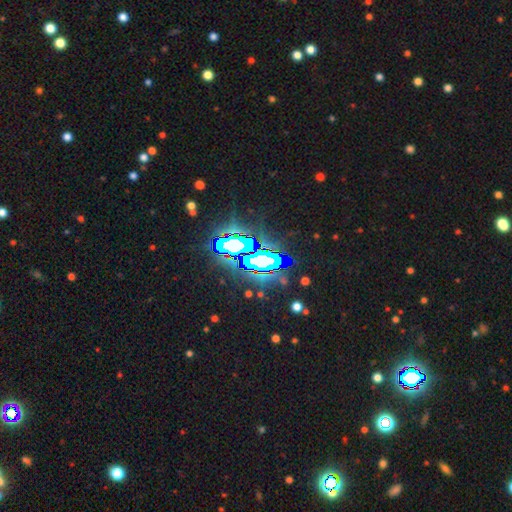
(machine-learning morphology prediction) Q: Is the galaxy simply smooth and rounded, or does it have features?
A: star or artifact — 74%.